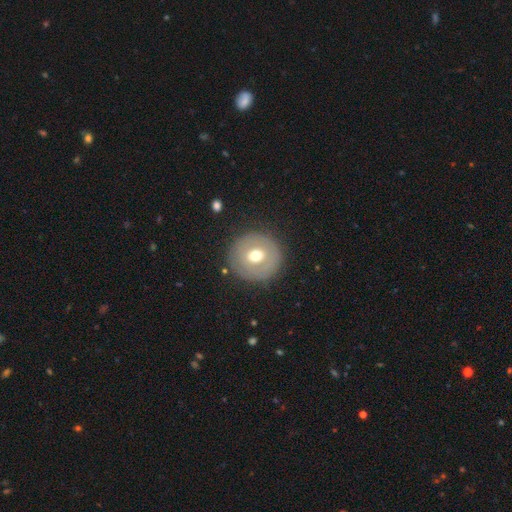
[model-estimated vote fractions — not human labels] Smooth or featured? Predicted: smooth (p=0.55). How rounded? Predicted: round (p=0.92). Merging? Predicted: none (p=0.85).